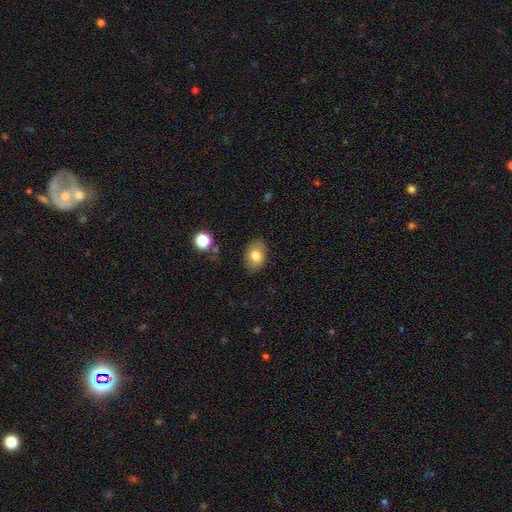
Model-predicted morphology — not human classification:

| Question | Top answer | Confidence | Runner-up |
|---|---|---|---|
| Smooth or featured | smooth | 78% | featured or disk (13%) |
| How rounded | in between | 79% | round (20%) |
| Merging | none | 85% | minor disturbance (11%) |